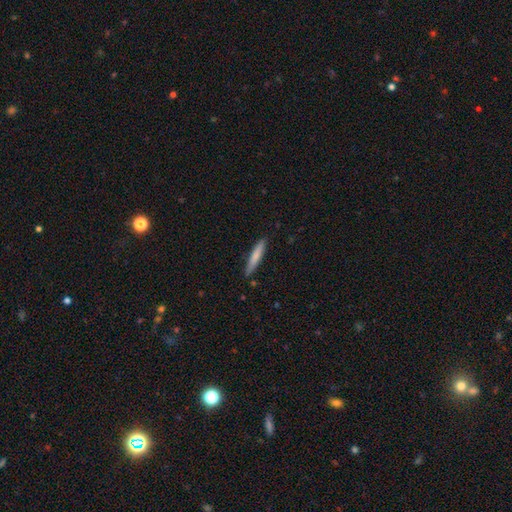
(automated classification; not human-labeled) smooth_or_featured: smooth (p=0.74) [alt: featured or disk p=0.20]
how_rounded: cigar-shaped (p=0.92) [alt: in between p=0.07]
merging: none (p=0.85) [alt: minor disturbance p=0.12]